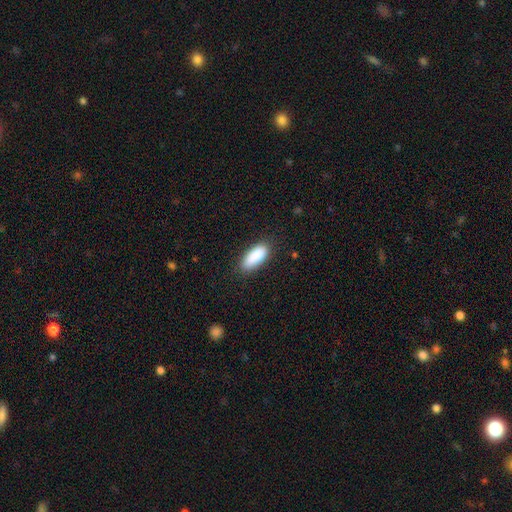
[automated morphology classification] smooth-or-featured: smooth: 89% | star or artifact: 7% | featured or disk: 4%
  how-rounded: in between: 82% | cigar-shaped: 16% | round: 2%
  merging: none: 81% | minor disturbance: 14% | major disturbance: 3% | merger: 1%